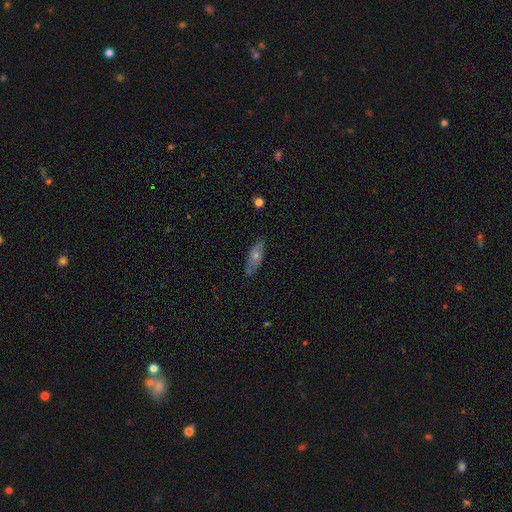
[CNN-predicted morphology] Smooth or featured: smooth — 45% (tied with featured or disk — 45%)
Merging: none — 83% (minor disturbance — 14%)